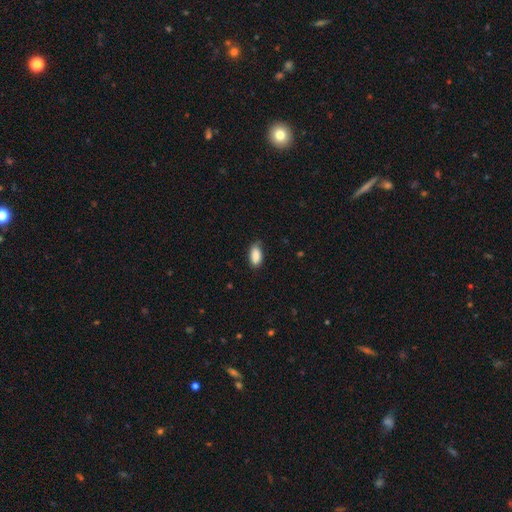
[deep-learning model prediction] Q: Smooth or featured?
A: smooth (88%); runner-up: star or artifact (7%)
Q: How rounded?
A: in between (92%); runner-up: cigar-shaped (5%)
Q: Merging?
A: none (76%); runner-up: minor disturbance (20%)